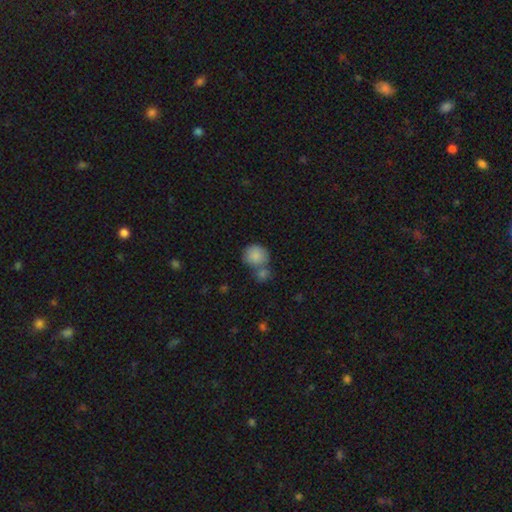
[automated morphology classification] This appears to be a smooth galaxy with no disk features (85%) that is round (81%). Merging: none (44%).